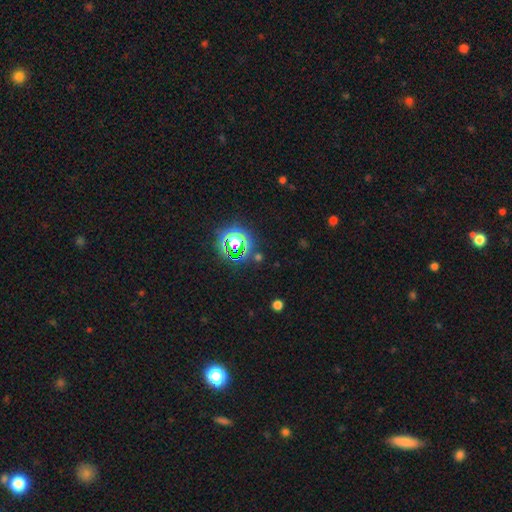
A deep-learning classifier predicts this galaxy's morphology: Smooth or featured?
  - star or artifact: 74% *
  - smooth: 18%
  - featured or disk: 8%